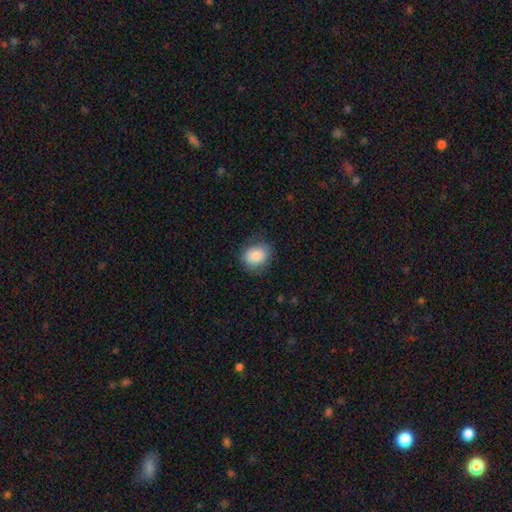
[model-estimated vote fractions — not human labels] Q: Smooth or featured?
A: smooth (84%); runner-up: featured or disk (8%)
Q: How rounded?
A: round (50%); runner-up: in between (49%)
Q: Merging?
A: none (78%); runner-up: minor disturbance (16%)